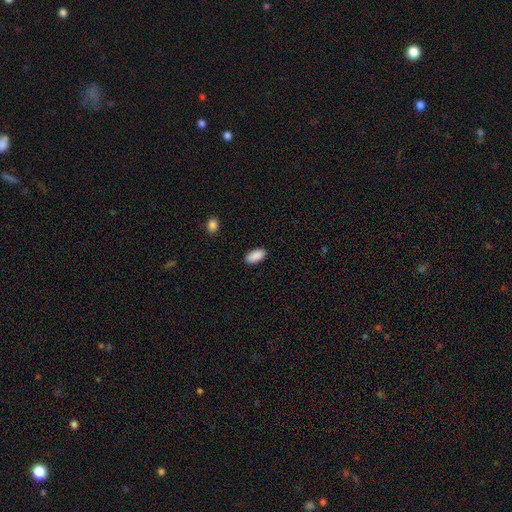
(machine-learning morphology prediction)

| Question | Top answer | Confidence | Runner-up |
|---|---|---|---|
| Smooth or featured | smooth | 91% | star or artifact (6%) |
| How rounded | in between | 93% | cigar-shaped (5%) |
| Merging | none | 89% | minor disturbance (8%) |